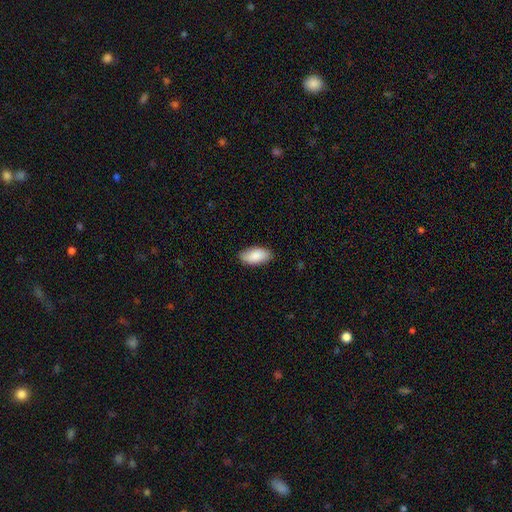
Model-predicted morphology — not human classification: Q: Smooth or featured?
A: smooth (87%); runner-up: featured or disk (7%)
Q: How rounded?
A: in between (94%); runner-up: cigar-shaped (4%)
Q: Merging?
A: none (86%); runner-up: minor disturbance (11%)